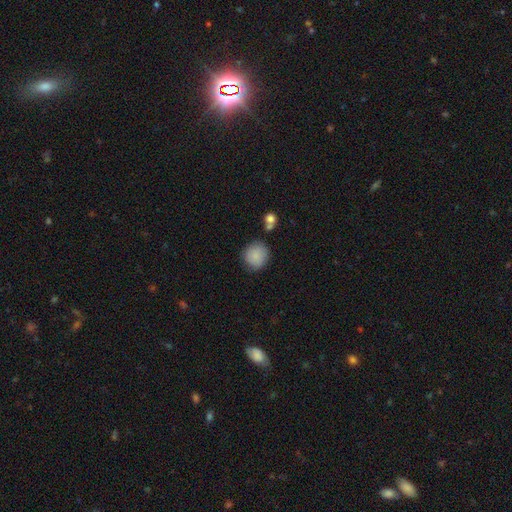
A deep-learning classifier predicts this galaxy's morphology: Smooth or featured? smooth (85%)
How rounded? round (87%)
Merging? none (75%)